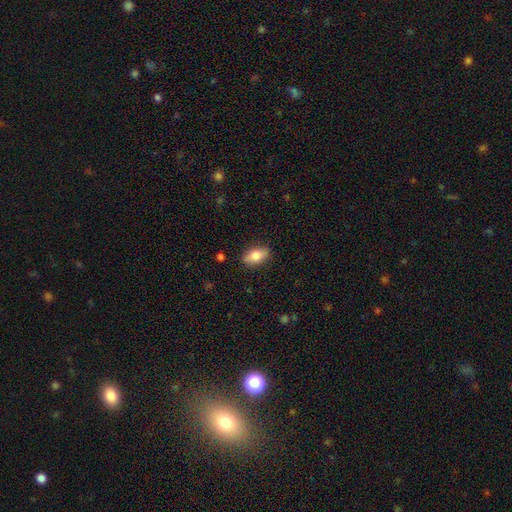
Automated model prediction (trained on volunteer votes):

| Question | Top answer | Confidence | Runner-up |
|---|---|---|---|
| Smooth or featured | smooth | 77% | featured or disk (16%) |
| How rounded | in between | 87% | cigar-shaped (8%) |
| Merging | none | 86% | minor disturbance (10%) |